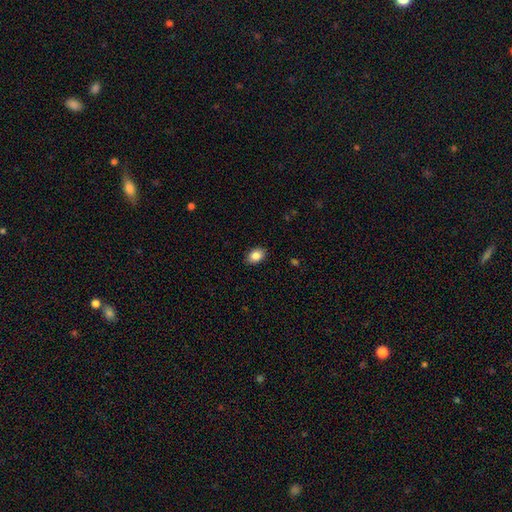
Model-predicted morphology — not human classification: Smooth or featured?
  - smooth: 86% *
  - star or artifact: 8%
  - featured or disk: 6%
How rounded?
  - in between: 81% *
  - round: 18%
  - cigar-shaped: 1%
Merging?
  - none: 88% *
  - minor disturbance: 9%
  - major disturbance: 2%
  - merger: 1%